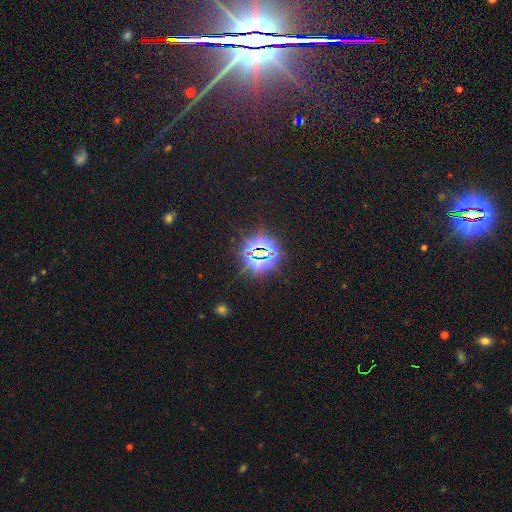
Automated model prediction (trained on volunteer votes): Smooth or featured? Predicted: star or artifact (p=0.80).